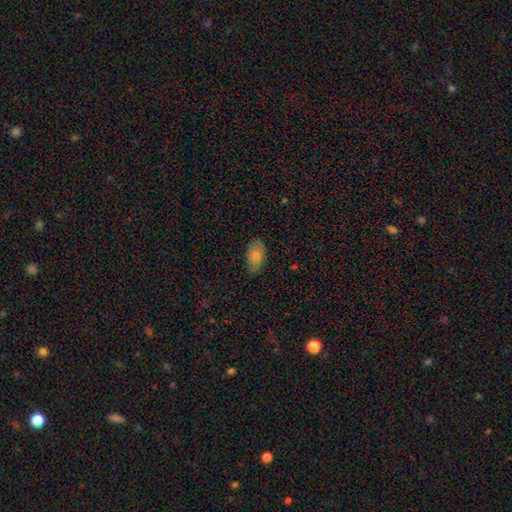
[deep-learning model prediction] Smooth or featured? smooth (78%)
How rounded? in between (93%)
Merging? none (82%)